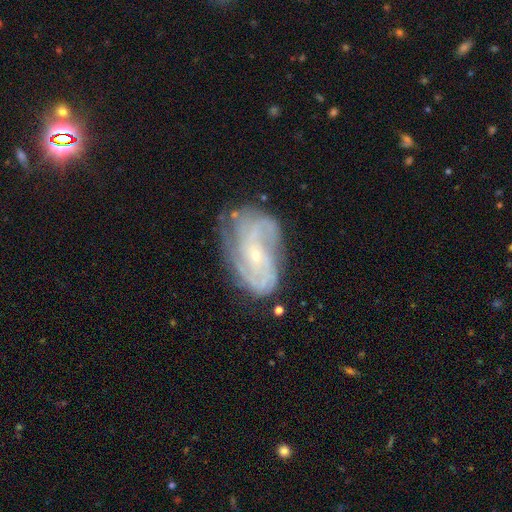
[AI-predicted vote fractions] smooth_or_featured: featured or disk (p=0.82) [alt: smooth p=0.11]
disk_edge_on: no (p=0.96) [alt: yes p=0.04]
bar: no (p=0.67) [alt: weak p=0.25]
has_spiral_arms: yes (p=0.92) [alt: no p=0.08]
spiral_winding: tight (p=0.47) [alt: medium p=0.38]
spiral_arm_count: 2 (p=0.32) [tied with: can't tell p=0.32]
bulge_size: small (p=0.81) [alt: moderate p=0.15]
merging: none (p=0.59) [alt: minor disturbance p=0.25]